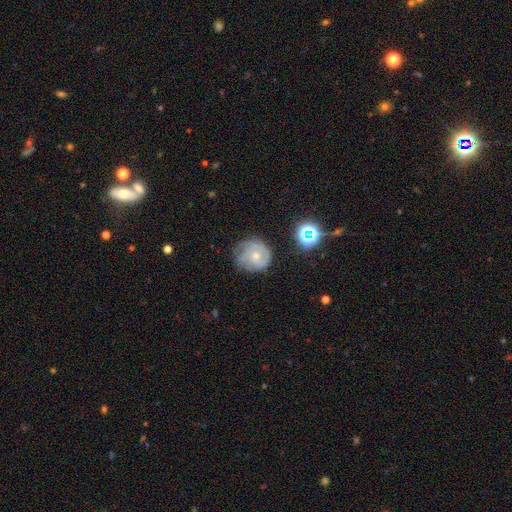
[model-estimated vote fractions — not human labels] featured or disk 51%, smooth 39%, star or artifact 11%. Down the decision tree: edge-on disk — no (97%); merging — none (56%).